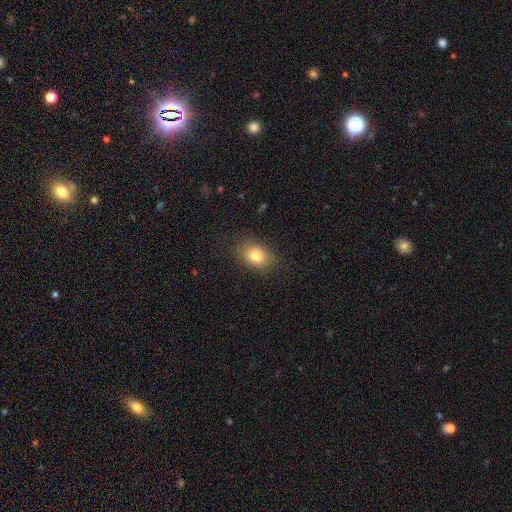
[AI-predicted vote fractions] A smooth galaxy with no disk features (79%) that is in between round and cigar-shaped (73%).

Vote fractions:
- Smooth or featured? smooth: 79% / star or artifact: 10% / featured or disk: 10%
- How rounded? in between: 73% / round: 26% / cigar-shaped: 1%
- Merging? none: 84% / minor disturbance: 11% / major disturbance: 4% / merger: 1%